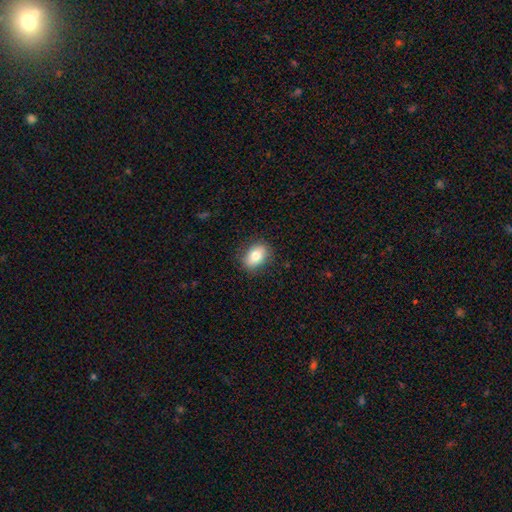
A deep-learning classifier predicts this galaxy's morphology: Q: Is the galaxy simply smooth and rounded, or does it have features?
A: smooth — 79%.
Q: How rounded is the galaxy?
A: in between — 79%.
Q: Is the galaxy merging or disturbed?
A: none — 84%.